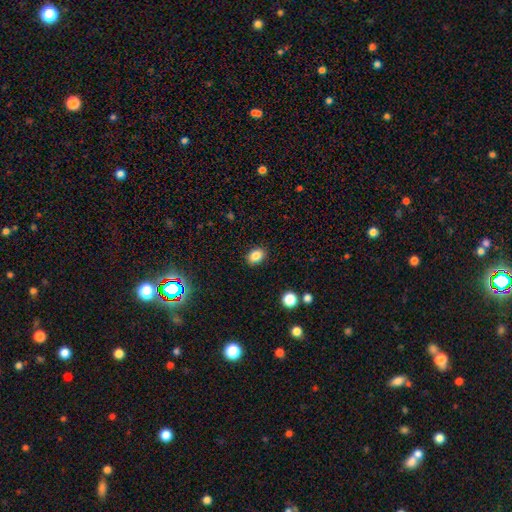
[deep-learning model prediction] This is clearly a smooth galaxy (84%). How rounded: likely in between (66%). Merging: clearly none (88%).